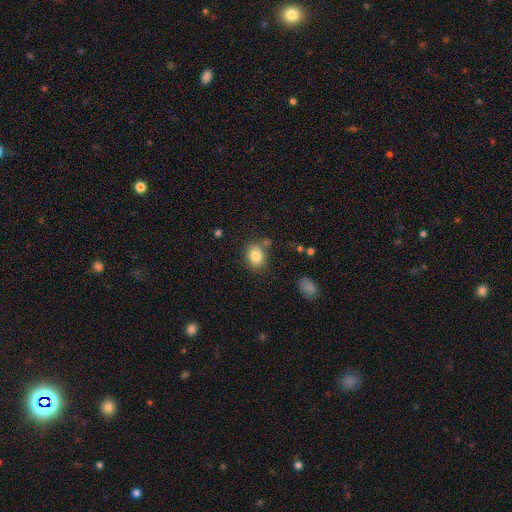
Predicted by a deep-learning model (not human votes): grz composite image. It shows a smooth galaxy with no disk features (83%) that is round (58%). Merging: none (74%).